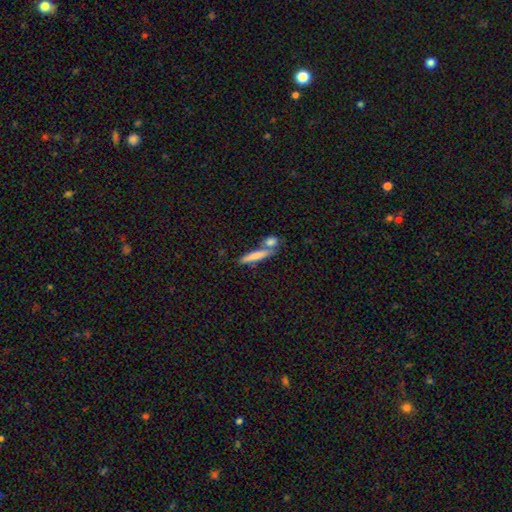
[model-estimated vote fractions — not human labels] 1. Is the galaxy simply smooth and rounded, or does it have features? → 74% smooth, 19% featured or disk, 7% star or artifact.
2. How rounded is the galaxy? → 81% cigar-shaped, 15% in between, 4% round.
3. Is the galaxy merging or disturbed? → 57% none, 29% merger, 10% minor disturbance, 4% major disturbance.